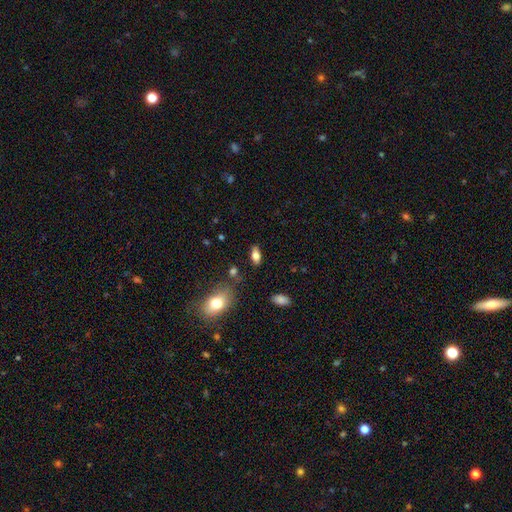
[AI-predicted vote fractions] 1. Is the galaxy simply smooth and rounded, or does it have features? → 73% smooth, 17% featured or disk, 9% star or artifact.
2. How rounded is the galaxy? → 85% in between, 9% cigar-shaped, 5% round.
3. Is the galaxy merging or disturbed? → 79% none, 13% minor disturbance, 5% merger, 4% major disturbance.